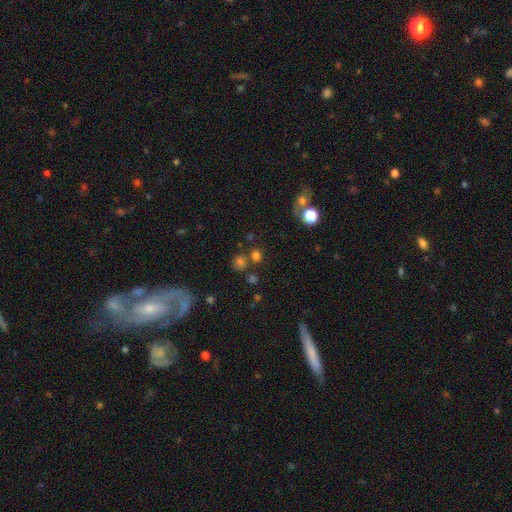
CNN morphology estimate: Smooth or featured?
  - smooth: 69% *
  - star or artifact: 24%
  - featured or disk: 7%
How rounded?
  - round: 84% *
  - in between: 15%
  - cigar-shaped: 1%
Merging?
  - none: 69% *
  - merger: 19%
  - minor disturbance: 8%
  - major disturbance: 4%